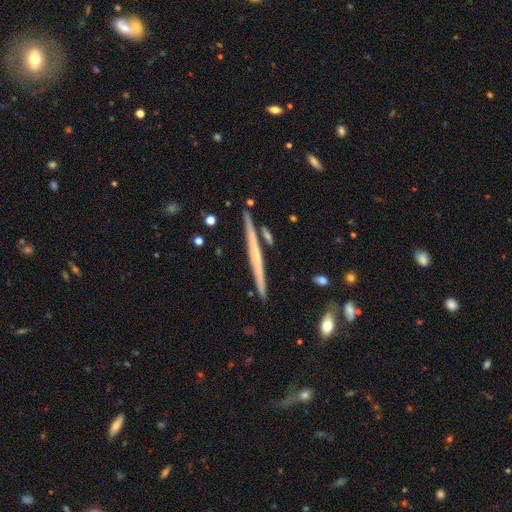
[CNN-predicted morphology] Smooth or featured?
  - featured or disk: 65% *
  - smooth: 29%
  - star or artifact: 6%
Edge-on disk?
  - yes: 98% *
  - no: 2%
Edge-on bulge?
  - none: 69% *
  - rounded: 25%
  - boxy: 6%
Merging?
  - none: 89% *
  - minor disturbance: 7%
  - merger: 3%
  - major disturbance: 1%